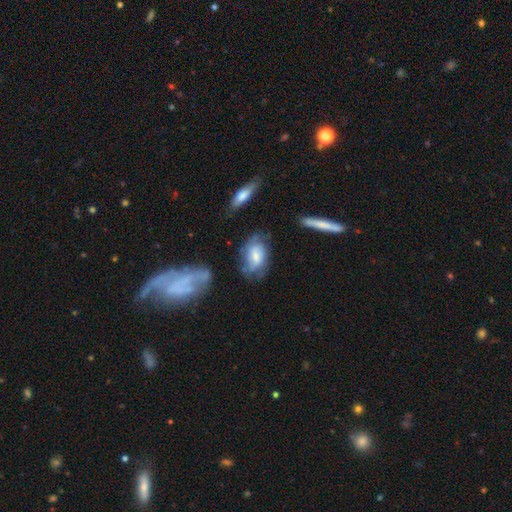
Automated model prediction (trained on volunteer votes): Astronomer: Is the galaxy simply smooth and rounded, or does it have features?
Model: smooth — 52% (runner-up: featured or disk, 40%).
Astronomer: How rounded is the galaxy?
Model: in between — 87%.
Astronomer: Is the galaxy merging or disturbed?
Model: none — 53%.